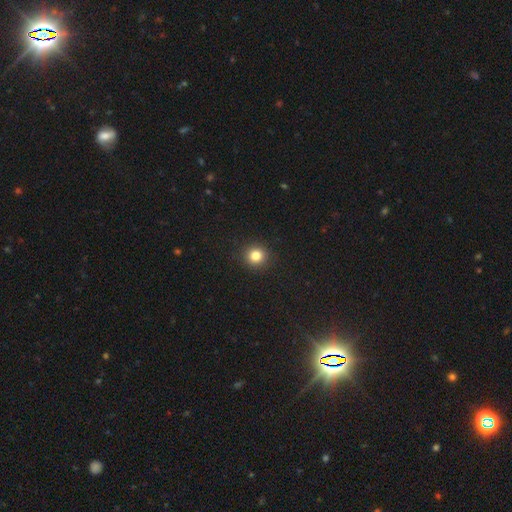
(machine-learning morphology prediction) smooth_or_featured: smooth (p=0.83) [alt: star or artifact p=0.12]
how_rounded: round (p=0.92) [alt: in between p=0.07]
merging: none (p=0.92) [alt: minor disturbance p=0.05]